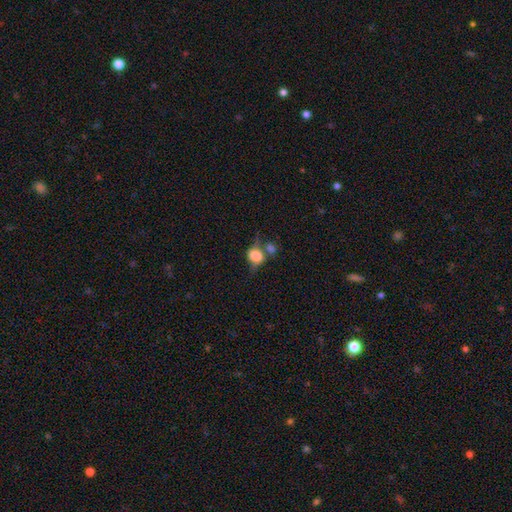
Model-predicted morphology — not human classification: smooth_or_featured: smooth (p=0.63) [alt: featured or disk p=0.26]
how_rounded: round (p=0.49) [tied with: in between p=0.49]
merging: none (p=0.32) [alt: merger p=0.31]